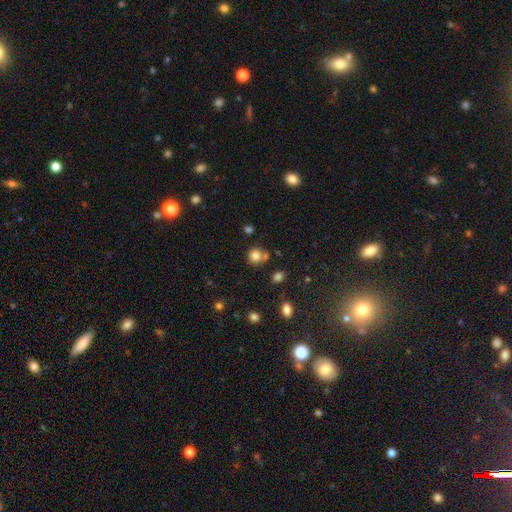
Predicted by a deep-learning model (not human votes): This appears to be a smooth galaxy with no disk features (80%) that is round (87%). Merging: none (66%).